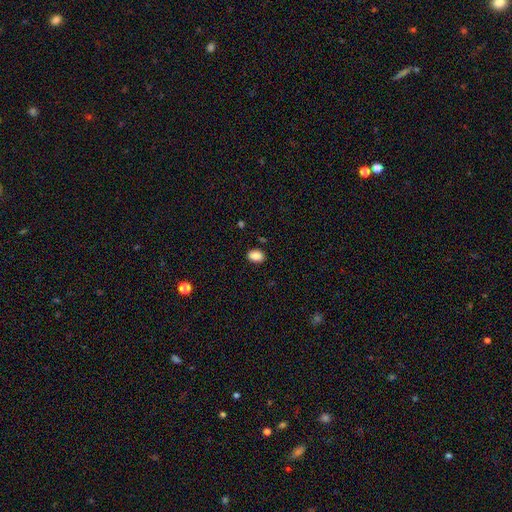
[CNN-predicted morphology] smooth 87%, star or artifact 8%, featured or disk 4%. Down the decision tree: how rounded — in between (81%); merging — none (86%).